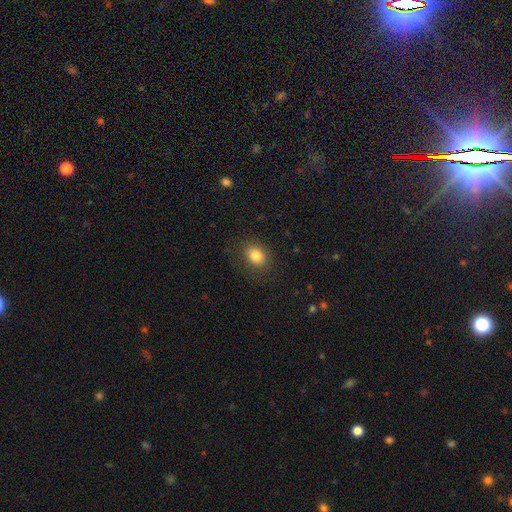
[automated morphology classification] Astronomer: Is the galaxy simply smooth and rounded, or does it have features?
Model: smooth — 83%.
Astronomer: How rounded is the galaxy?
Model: round — 51% (runner-up: in between, 48%).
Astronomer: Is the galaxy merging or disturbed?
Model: none — 87%.